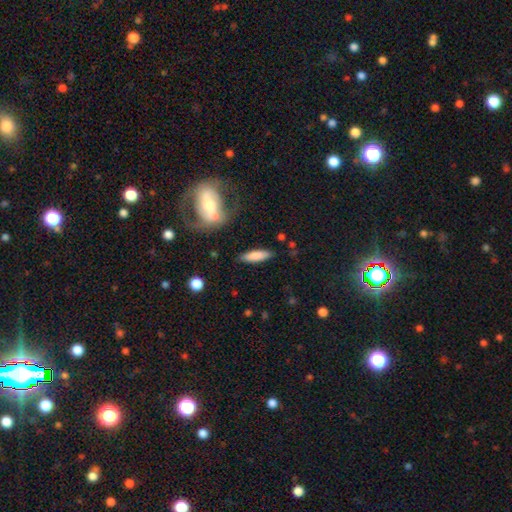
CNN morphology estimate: A smooth galaxy with no disk features (79%) that is cigar-shaped (64%). Merging: none (85%).